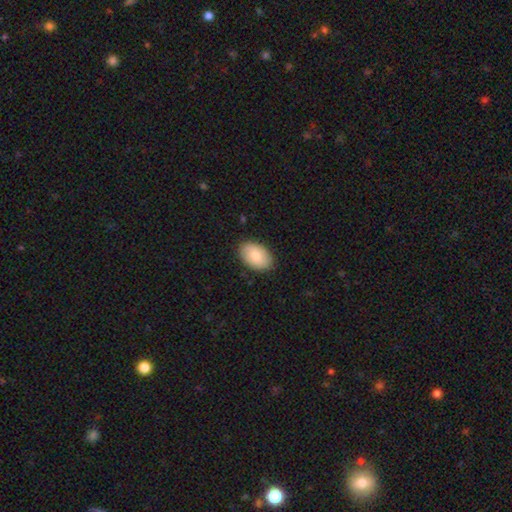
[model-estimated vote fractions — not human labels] Smooth or featured?
  - smooth: 83% *
  - featured or disk: 11%
  - star or artifact: 6%
How rounded?
  - in between: 91% *
  - round: 8%
  - cigar-shaped: 1%
Merging?
  - none: 87% *
  - minor disturbance: 10%
  - major disturbance: 2%
  - merger: 1%